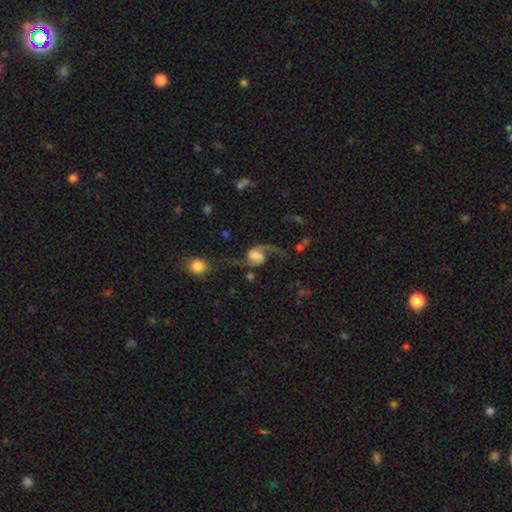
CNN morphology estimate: Smooth or featured?
  - featured or disk: 76% *
  - smooth: 16%
  - star or artifact: 8%
Edge-on disk?
  - no: 97% *
  - yes: 3%
Bar?
  - no: 54% *
  - weak: 35%
  - strong: 11%
Spiral arms?
  - yes: 94% *
  - no: 6%
Spiral winding?
  - loose: 83% *
  - medium: 14%
  - tight: 3%
Spiral arm count?
  - 2: 83% *
  - 1: 12%
  - can't tell: 2%
  - 3: 1%
  - 4: 1%
  - more than 4: 1%
Bulge size?
  - large: 33% *
  - moderate: 20%
  - none: 18%
  - small: 15%
  - dominant: 14%
Merging?
  - none: 48% *
  - major disturbance: 26%
  - minor disturbance: 17%
  - merger: 9%